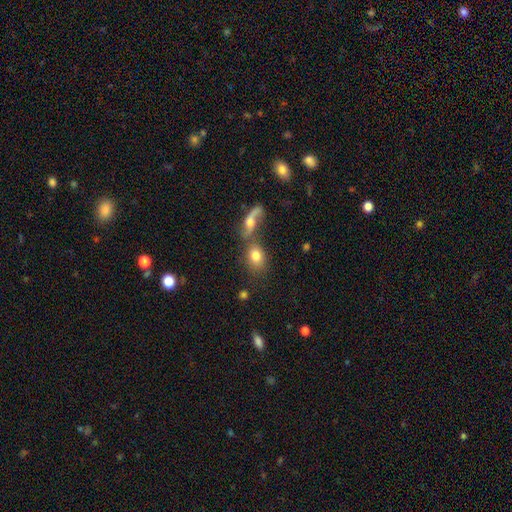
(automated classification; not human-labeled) This appears to be a smooth galaxy with no disk features (76%) that is in between round and cigar-shaped (68%). Merging: none (46%).